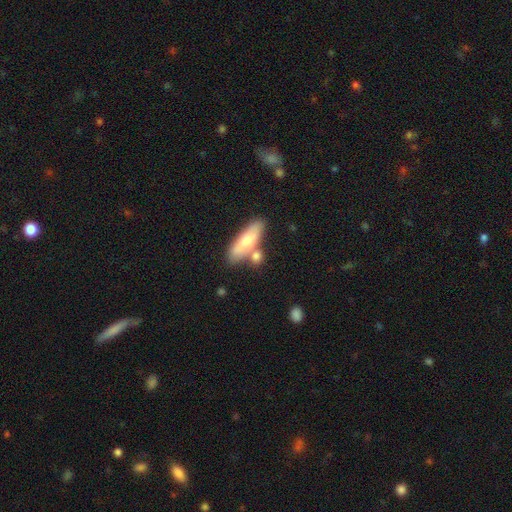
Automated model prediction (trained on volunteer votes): Smooth or featured? smooth (72%)
How rounded? in between (47%)
Merging? none (55%)